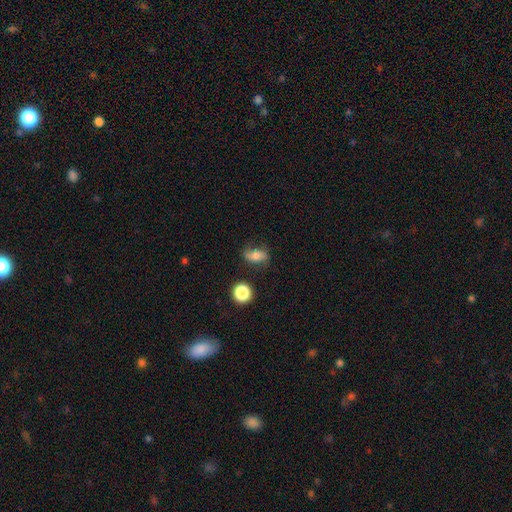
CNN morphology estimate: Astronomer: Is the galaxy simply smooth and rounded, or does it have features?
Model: smooth — 55% (runner-up: featured or disk, 32%).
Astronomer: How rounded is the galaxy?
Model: in between — 74%.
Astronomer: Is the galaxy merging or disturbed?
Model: none — 67%.